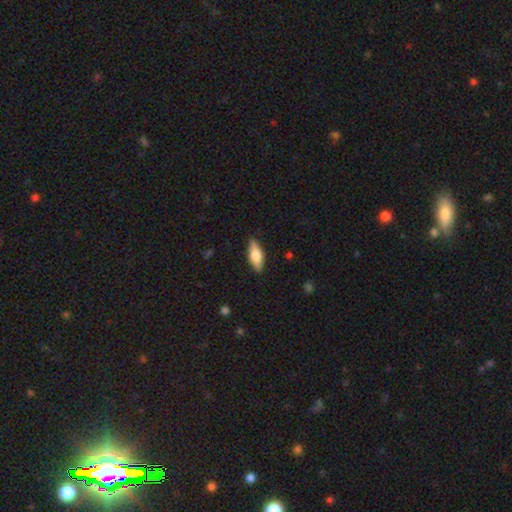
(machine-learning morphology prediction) Overall: smooth (57%; featured or disk 37%). How rounded: in between (65%; cigar-shaped 32%). Merging: none (88%).